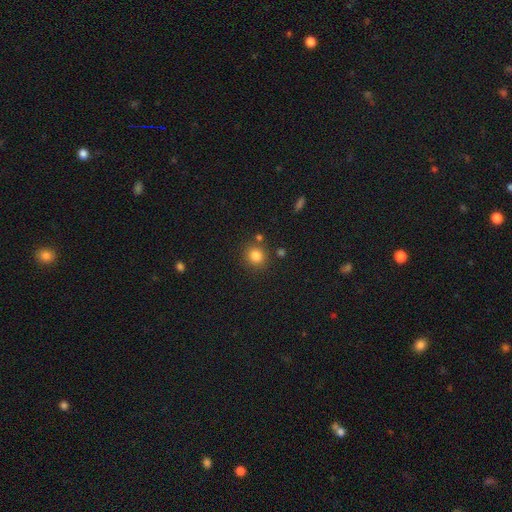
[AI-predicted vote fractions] Morphology: type=smooth (83%); roundness=round (88%); merging=none (82%).